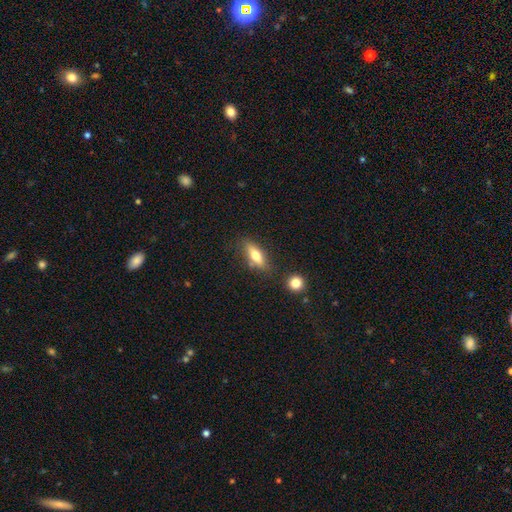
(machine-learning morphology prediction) type=smooth (64%); roundness=in between (58%); merging=none (74%).